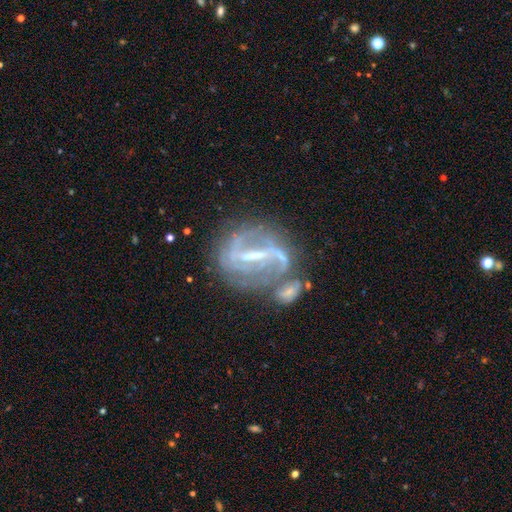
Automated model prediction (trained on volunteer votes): Smooth or featured: featured or disk — 84% (star or artifact — 9%)
Edge-on disk: no — 95% (yes — 5%)
Bar: strong — 66% (weak — 26%)
Spiral arms: yes — 84% (no — 16%)
Spiral winding: medium — 41% (tight — 30%)
Spiral arm count: 2 — 59% (can't tell — 21%)
Bulge size: small — 53% (moderate — 29%)
Merging: none — 40% (merger — 26%)